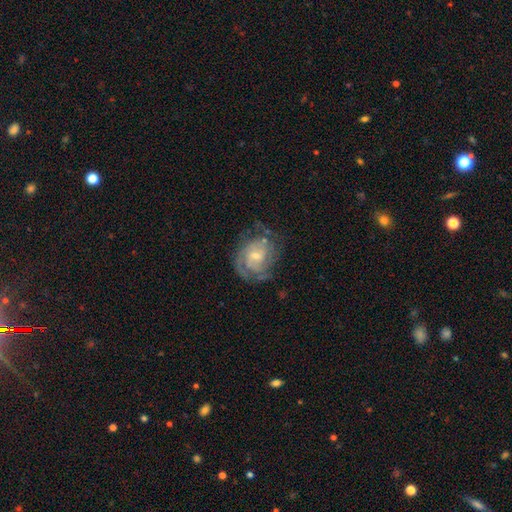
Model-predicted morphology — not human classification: type=featured or disk (84%); edge-on=no (98%); bar=no (51%); spiral arms=yes (94%); winding=tight (59%); arm count=2 (34%); bulge=small (59%); merging=none (62%).